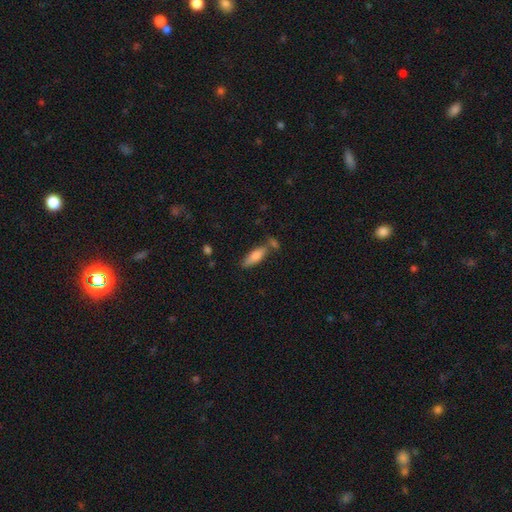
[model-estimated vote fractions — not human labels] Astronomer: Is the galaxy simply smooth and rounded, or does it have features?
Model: smooth — 77%.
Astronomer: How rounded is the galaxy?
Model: in between — 57% (runner-up: cigar-shaped, 41%).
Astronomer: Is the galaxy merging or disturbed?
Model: none — 62%.